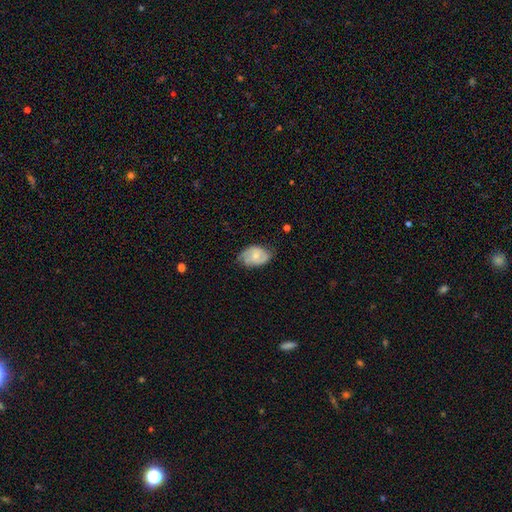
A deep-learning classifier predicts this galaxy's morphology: Smooth or featured? Predicted: featured or disk (p=0.55). Edge-on disk? Predicted: no (p=0.96). Bar? Predicted: no (p=0.53). Spiral arms? Predicted: yes (p=0.84). Bulge size? Predicted: small (p=0.54). Merging? Predicted: none (p=0.65).